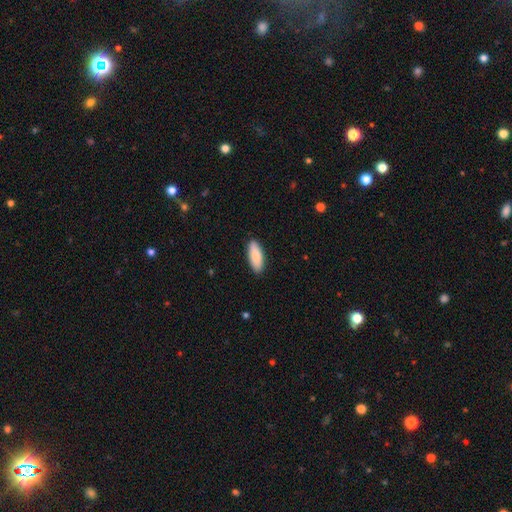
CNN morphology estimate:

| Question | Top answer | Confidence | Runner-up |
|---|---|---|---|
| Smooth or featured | smooth | 87% | featured or disk (8%) |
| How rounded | in between | 71% | cigar-shaped (27%) |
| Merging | none | 89% | minor disturbance (8%) |